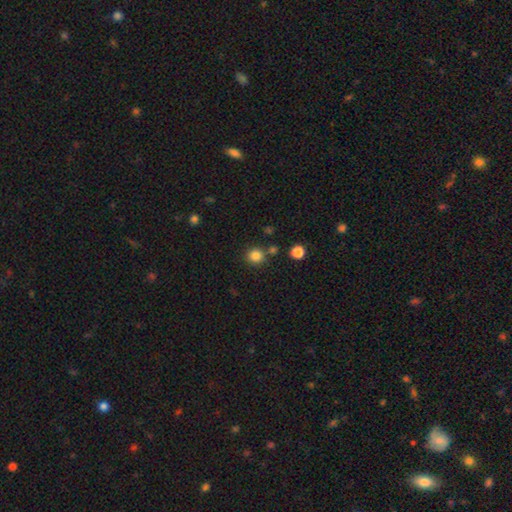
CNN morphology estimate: The model was most divided on "merging": none: 80%, merger: 9%, minor disturbance: 8%, major disturbance: 3%. More confident: how rounded — round (91%); smooth or featured — smooth (83%).